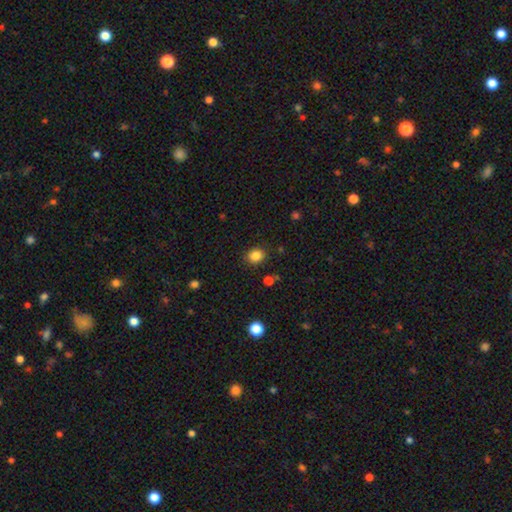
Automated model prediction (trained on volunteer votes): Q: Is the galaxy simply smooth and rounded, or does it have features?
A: smooth — 84%.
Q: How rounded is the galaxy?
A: round — 67%.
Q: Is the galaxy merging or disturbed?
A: none — 87%.